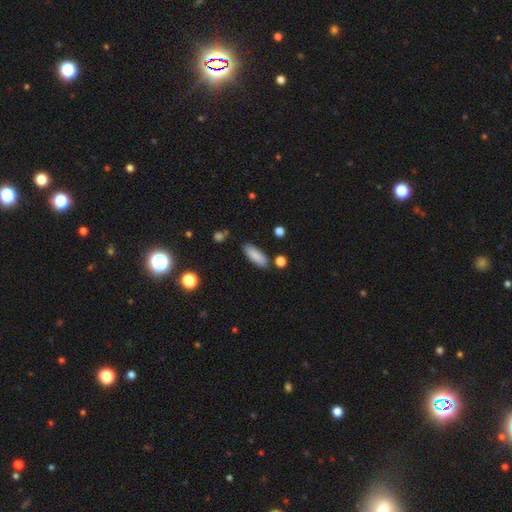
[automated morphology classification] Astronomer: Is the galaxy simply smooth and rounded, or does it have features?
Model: smooth — 87%.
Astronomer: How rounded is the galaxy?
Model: in between — 65%.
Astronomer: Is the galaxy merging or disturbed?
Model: none — 84%.